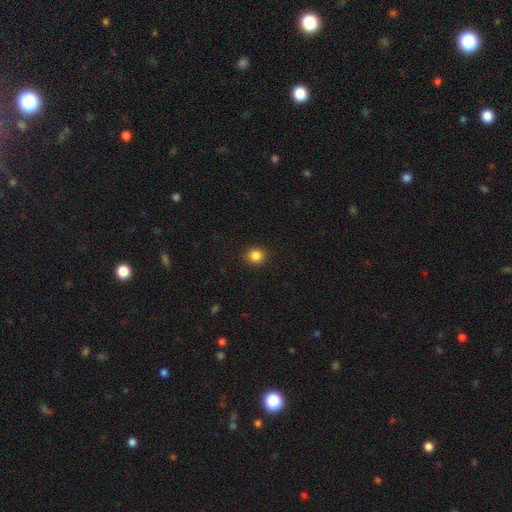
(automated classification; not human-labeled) Q: Smooth or featured?
A: smooth (86%); runner-up: star or artifact (11%)
Q: How rounded?
A: round (86%); runner-up: in between (13%)
Q: Merging?
A: none (92%); runner-up: minor disturbance (6%)